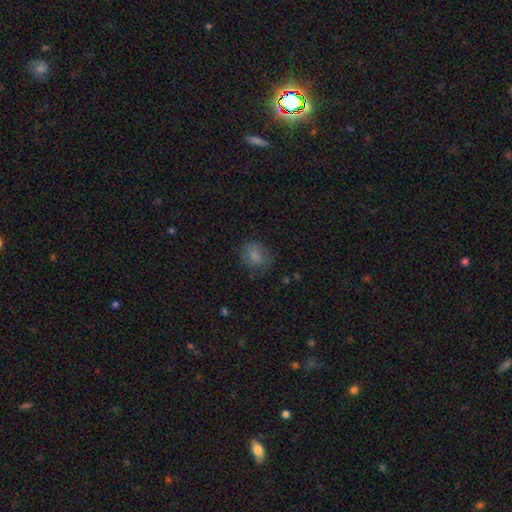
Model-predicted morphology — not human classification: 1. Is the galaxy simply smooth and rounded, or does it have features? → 71% smooth, 15% star or artifact, 14% featured or disk.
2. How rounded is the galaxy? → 66% round, 33% in between, 1% cigar-shaped.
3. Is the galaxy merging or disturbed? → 70% none, 20% minor disturbance, 8% major disturbance, 1% merger.